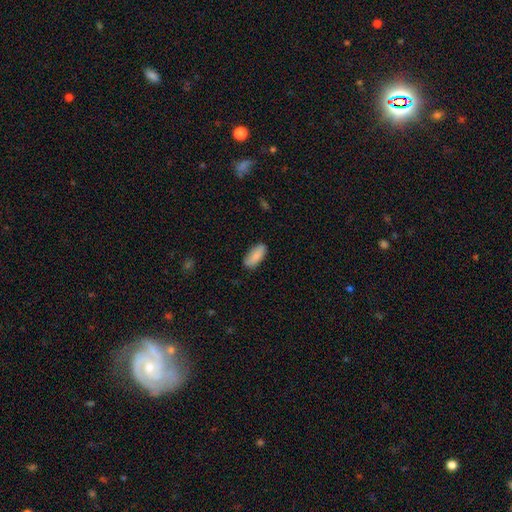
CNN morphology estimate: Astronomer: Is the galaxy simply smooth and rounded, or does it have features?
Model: smooth — 86%.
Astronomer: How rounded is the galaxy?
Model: in between — 85%.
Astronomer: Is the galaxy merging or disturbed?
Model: none — 83%.